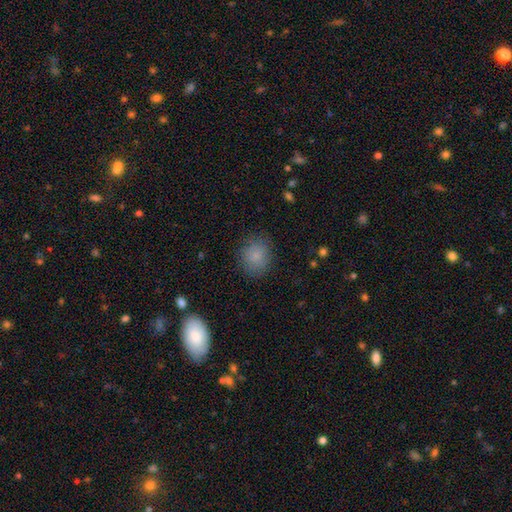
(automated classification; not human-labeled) Overall: smooth (84%). How rounded: round (74%). Merging: none (83%).